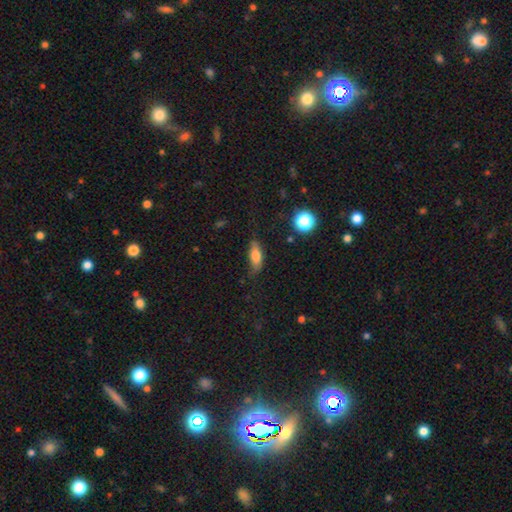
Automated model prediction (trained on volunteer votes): Smooth or featured: smooth — 75% (featured or disk — 17%)
How rounded: in between — 69% (cigar-shaped — 26%)
Merging: none — 65% (minor disturbance — 26%)